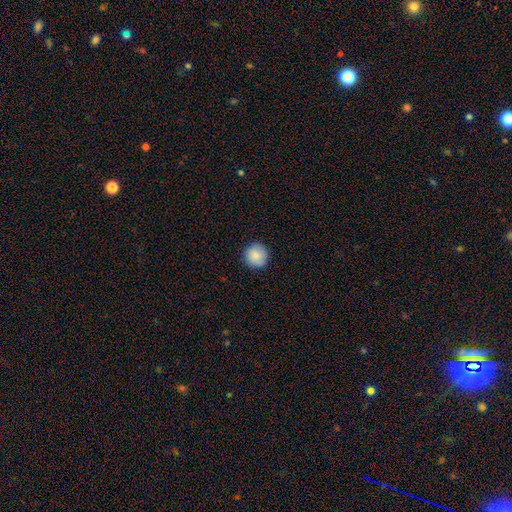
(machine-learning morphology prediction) smooth-or-featured: smooth: 86% | star or artifact: 8% | featured or disk: 6%
  how-rounded: round: 96% | in between: 3% | cigar-shaped: 1%
  merging: none: 91% | minor disturbance: 7% | major disturbance: 2% | merger: 1%